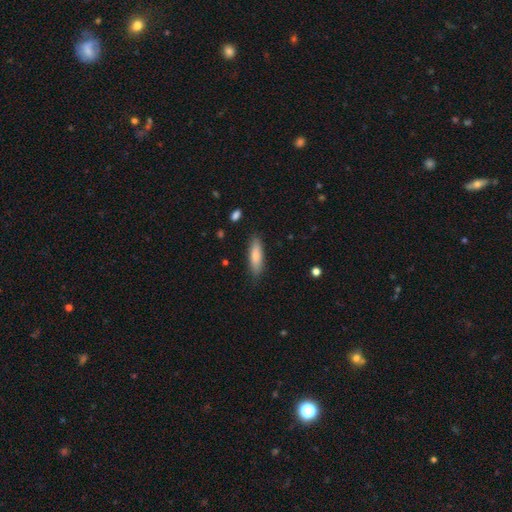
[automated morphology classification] The model was most divided on "how rounded": cigar-shaped: 54%, in between: 45%, round: 2%. More confident: merging — none (84%); smooth or featured — smooth (78%).